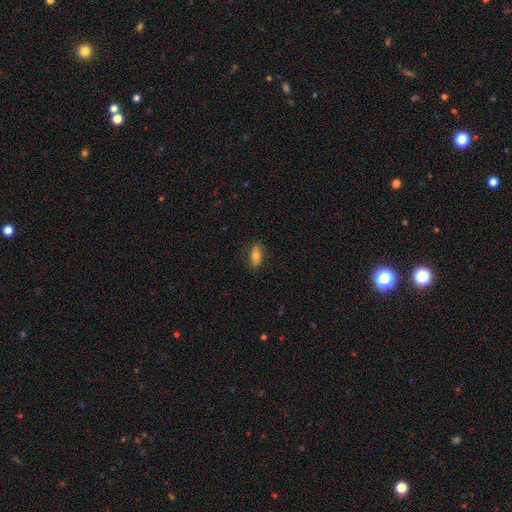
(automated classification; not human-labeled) Smooth or featured? Predicted: smooth (p=0.73). How rounded? Predicted: in between (p=0.82). Merging? Predicted: none (p=0.82).